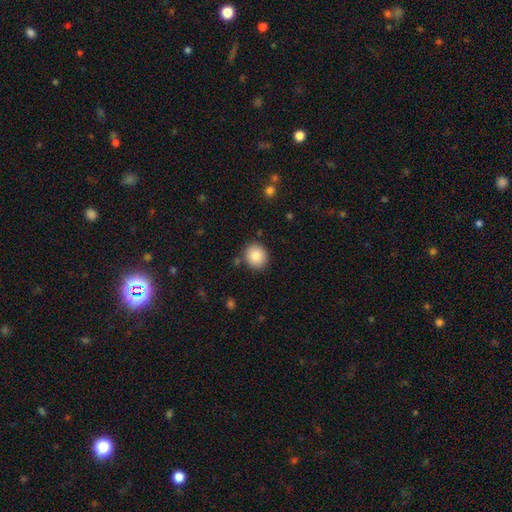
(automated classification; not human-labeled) Smooth or featured? smooth (84%)
How rounded? round (83%)
Merging? none (86%)